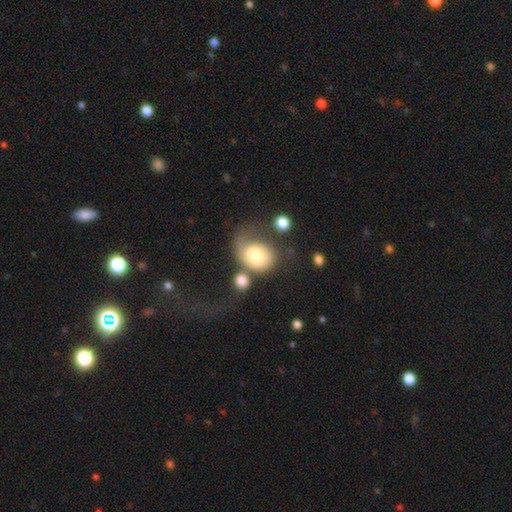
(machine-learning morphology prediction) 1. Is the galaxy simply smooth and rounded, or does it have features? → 67% smooth, 25% featured or disk, 8% star or artifact.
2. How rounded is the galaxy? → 57% in between, 42% round, 1% cigar-shaped.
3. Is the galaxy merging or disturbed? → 30% none, 29% major disturbance, 22% minor disturbance, 19% merger.